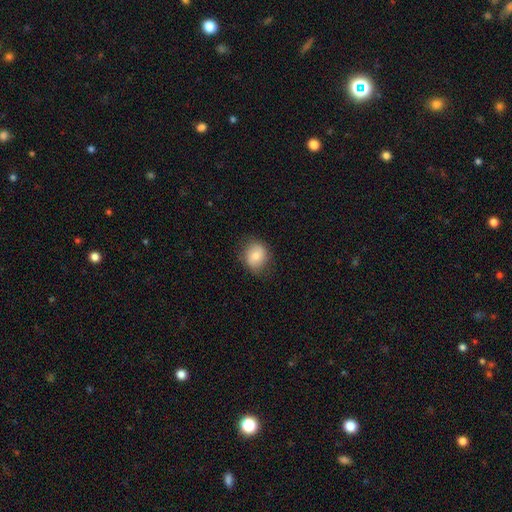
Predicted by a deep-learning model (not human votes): A smooth galaxy with no disk features (77%) that is round (73%). Merging: none (80%).